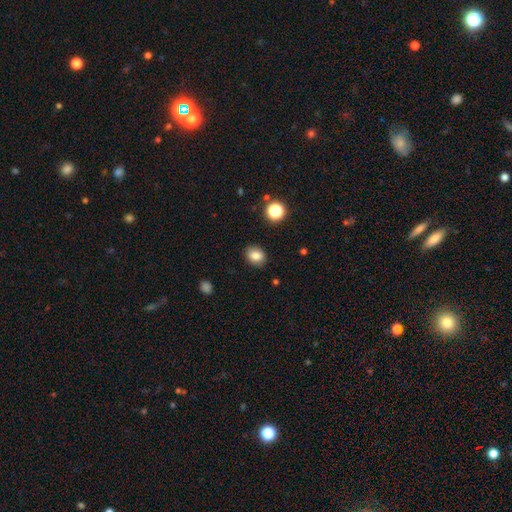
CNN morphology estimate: The model was most divided on "how rounded": round: 50%, in between: 49%, cigar-shaped: 1%. More confident: merging — none (87%); smooth or featured — smooth (84%).